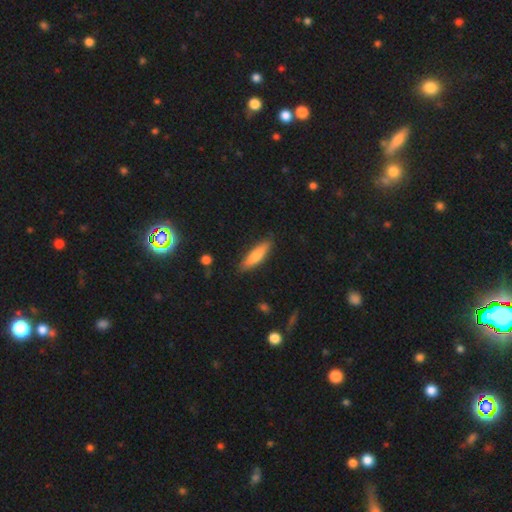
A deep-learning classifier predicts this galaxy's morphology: This is likely a smooth galaxy (73%). How rounded: likely cigar-shaped (70%). Merging: clearly none (86%).